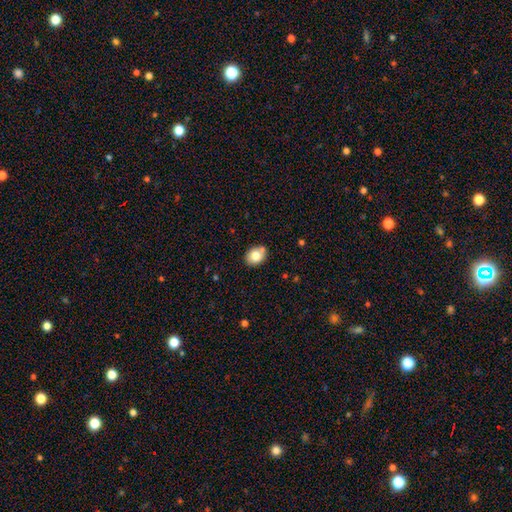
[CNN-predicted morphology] Smooth or featured: smooth — 79% (featured or disk — 12%)
How rounded: in between — 57% (round — 43%)
Merging: none — 75% (minor disturbance — 14%)